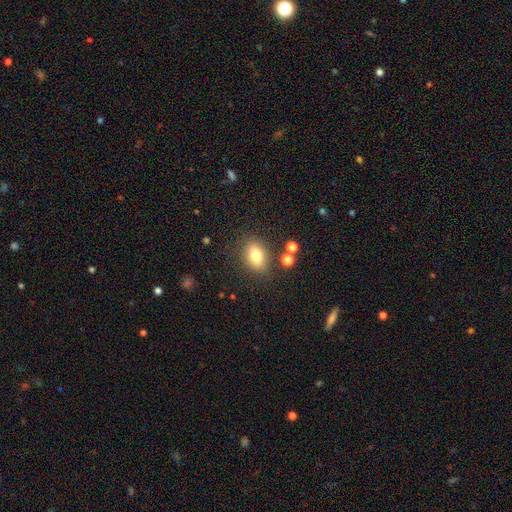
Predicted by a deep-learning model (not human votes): This appears to be a smooth galaxy with no disk features (79%) that is in between round and cigar-shaped (77%). Merging: none (80%).